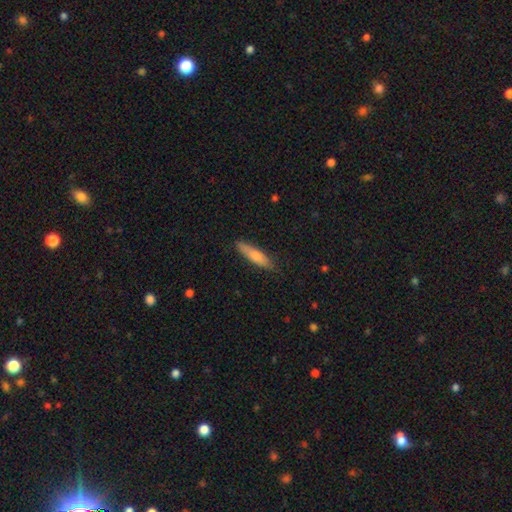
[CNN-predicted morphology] Smooth or featured? smooth (65%)
How rounded? cigar-shaped (79%)
Merging? none (85%)